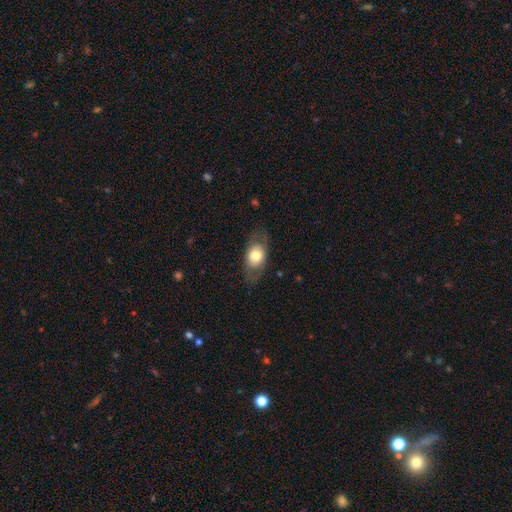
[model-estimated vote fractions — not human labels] smooth-or-featured: smooth: 60% | featured or disk: 33% | star or artifact: 7%
  how-rounded: in between: 72% | round: 25% | cigar-shaped: 3%
  merging: none: 75% | minor disturbance: 15% | major disturbance: 9% | merger: 1%